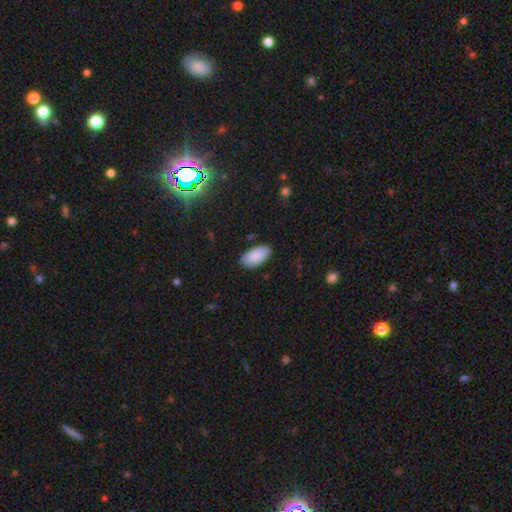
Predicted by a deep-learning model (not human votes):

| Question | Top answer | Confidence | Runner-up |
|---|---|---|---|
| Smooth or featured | smooth | 88% | star or artifact (6%) |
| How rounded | in between | 96% | round (2%) |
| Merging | none | 82% | minor disturbance (14%) |